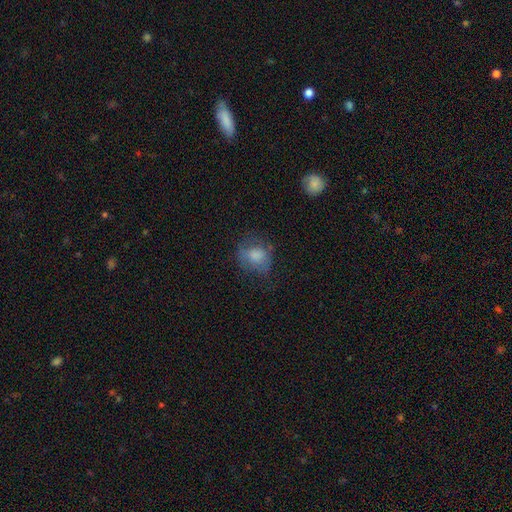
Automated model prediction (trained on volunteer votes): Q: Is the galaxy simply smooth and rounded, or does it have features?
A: smooth — 67%.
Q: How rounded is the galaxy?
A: round — 56%.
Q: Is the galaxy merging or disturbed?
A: none — 51%.